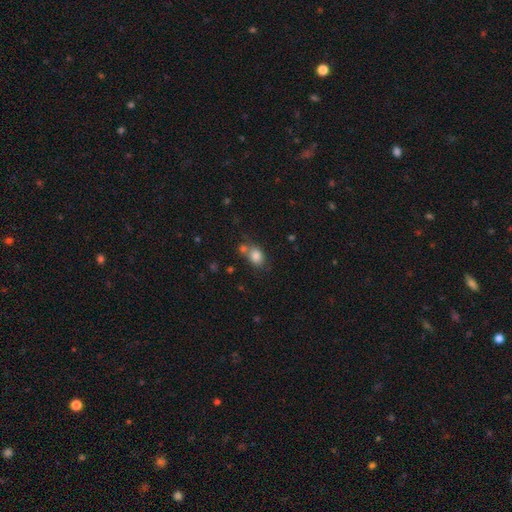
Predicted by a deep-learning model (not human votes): Q: Smooth or featured?
A: smooth (83%); runner-up: star or artifact (10%)
Q: How rounded?
A: in between (62%); runner-up: round (37%)
Q: Merging?
A: none (52%); runner-up: merger (27%)